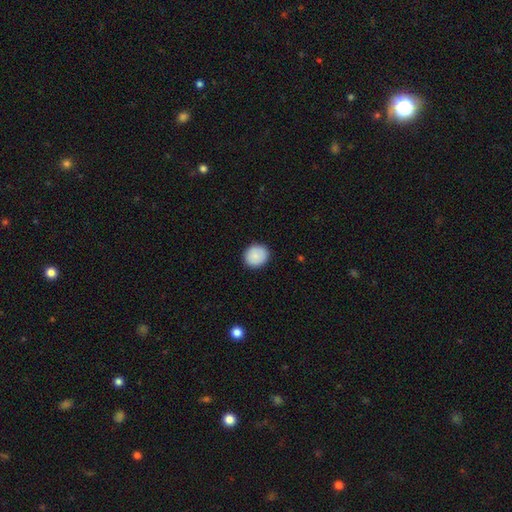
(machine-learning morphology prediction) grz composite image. It shows a smooth galaxy with no disk features (87%) that is round (83%). Merging: none (90%).